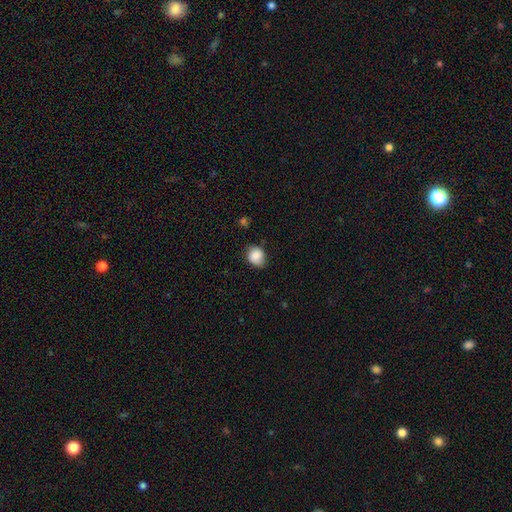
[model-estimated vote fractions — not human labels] smooth-or-featured: smooth: 84% | star or artifact: 8% | featured or disk: 8%
  how-rounded: round: 59% | in between: 40% | cigar-shaped: 1%
  merging: none: 70% | minor disturbance: 24% | major disturbance: 4% | merger: 1%